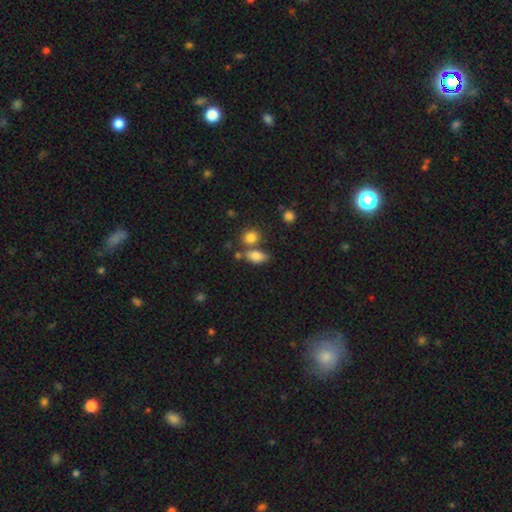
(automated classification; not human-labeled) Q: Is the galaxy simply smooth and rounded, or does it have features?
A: smooth — 82%.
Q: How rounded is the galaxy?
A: in between — 84%.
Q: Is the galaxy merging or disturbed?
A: none — 56%.